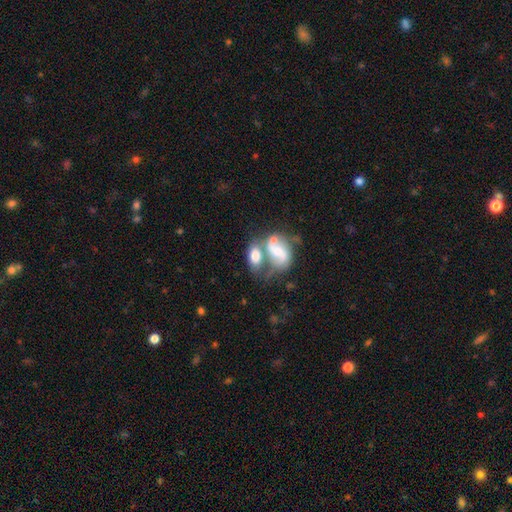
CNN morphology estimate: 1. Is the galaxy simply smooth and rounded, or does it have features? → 56% smooth, 36% featured or disk, 8% star or artifact.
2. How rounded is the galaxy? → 83% in between, 14% round, 3% cigar-shaped.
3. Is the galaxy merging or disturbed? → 57% merger, 23% none, 11% minor disturbance, 9% major disturbance.